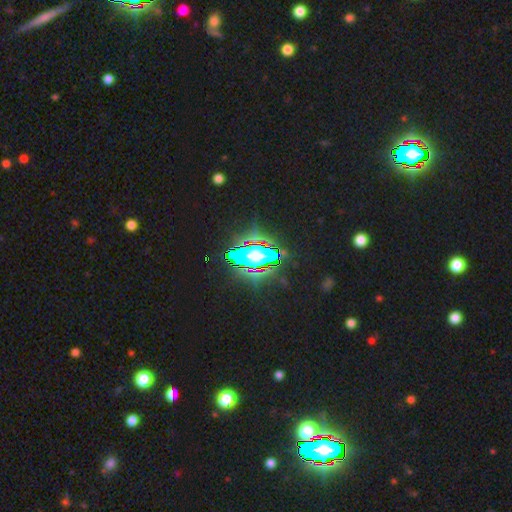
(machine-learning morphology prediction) Q: Smooth or featured?
A: star or artifact (64%); runner-up: smooth (19%)